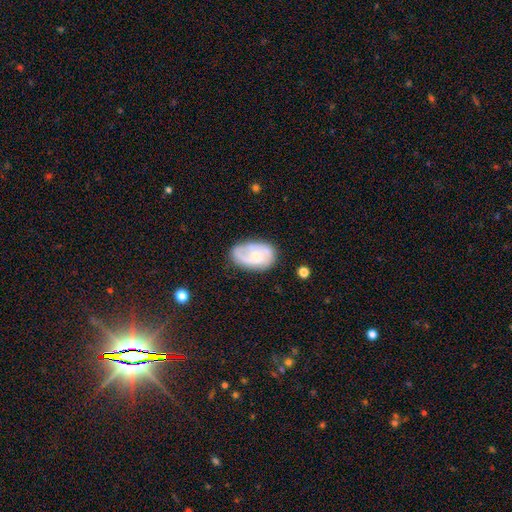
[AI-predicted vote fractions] Q: Smooth or featured?
A: featured or disk (60%); runner-up: smooth (34%)
Q: Edge-on disk?
A: no (96%); runner-up: yes (4%)
Q: Bar?
A: no (69%); runner-up: weak (27%)
Q: Spiral arms?
A: yes (81%); runner-up: no (19%)
Q: Bulge size?
A: small (55%); runner-up: moderate (38%)
Q: Merging?
A: none (66%); runner-up: minor disturbance (23%)